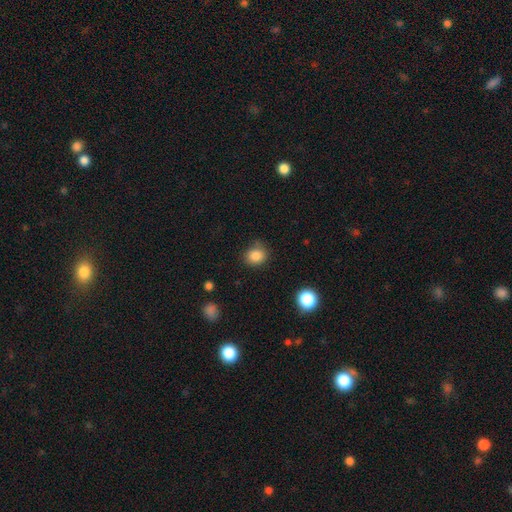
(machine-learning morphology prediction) This appears to be a smooth galaxy with no disk features (85%) that is round (71%). Merging: none (76%).